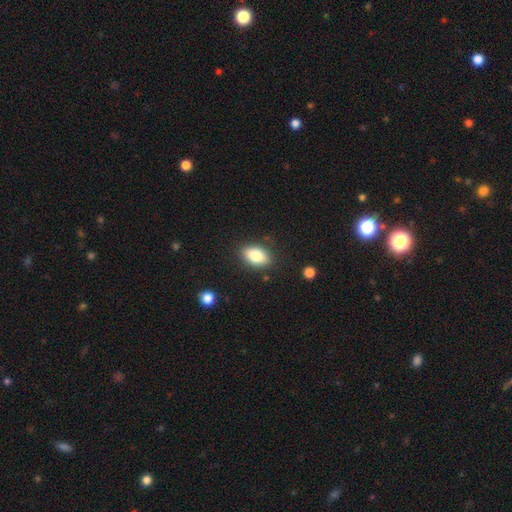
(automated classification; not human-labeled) smooth 82%, featured or disk 10%, star or artifact 8%. Down the decision tree: how rounded — in between (88%); merging — none (85%).